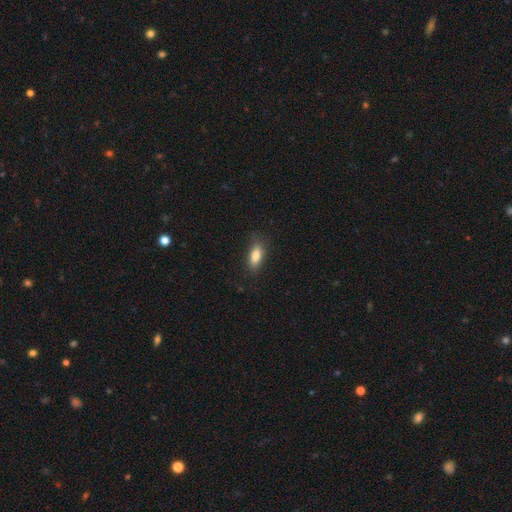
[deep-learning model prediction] The model was most divided on "how rounded": in between: 76%, cigar-shaped: 21%, round: 3%. More confident: smooth or featured — smooth (82%); merging — none (78%).